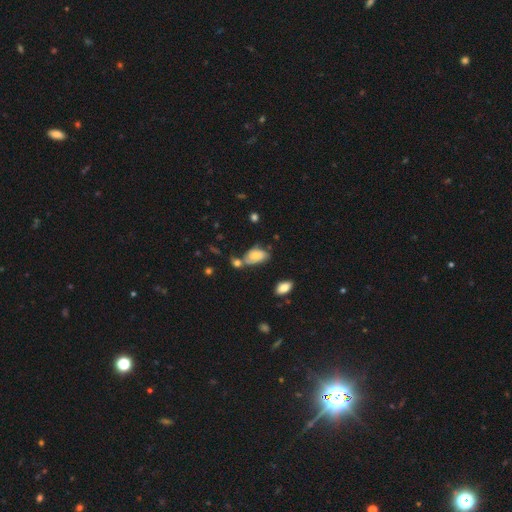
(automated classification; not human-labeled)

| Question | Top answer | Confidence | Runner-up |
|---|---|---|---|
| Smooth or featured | smooth | 64% | featured or disk (26%) |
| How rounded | in between | 92% | round (6%) |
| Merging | none | 40% | minor disturbance (25%) |